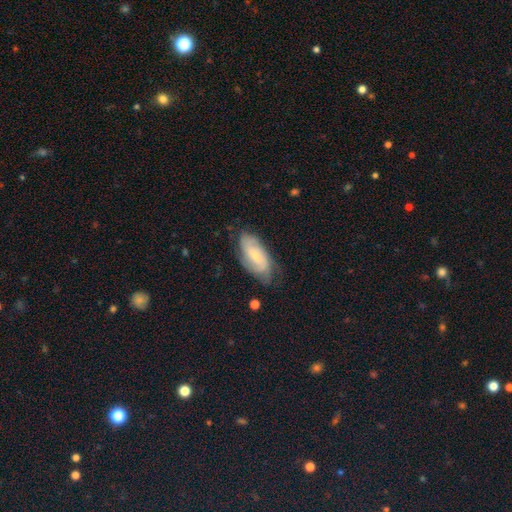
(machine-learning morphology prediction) A featured or disk galaxy (59%) with no bar (56%), spiral arms (88%) and a small central bulge (68%).

Vote fractions:
- Smooth or featured? featured or disk: 59% / smooth: 34% / star or artifact: 7%
- Edge-on disk? no: 92% / yes: 8%
- Bar? no: 56% / weak: 34% / strong: 10%
- Spiral arms? yes: 88% / no: 12%
- Bulge size? small: 68% / moderate: 26% / none: 3% / large: 2% / dominant: 1%
- Merging? none: 68% / minor disturbance: 24% / major disturbance: 7% / merger: 1%